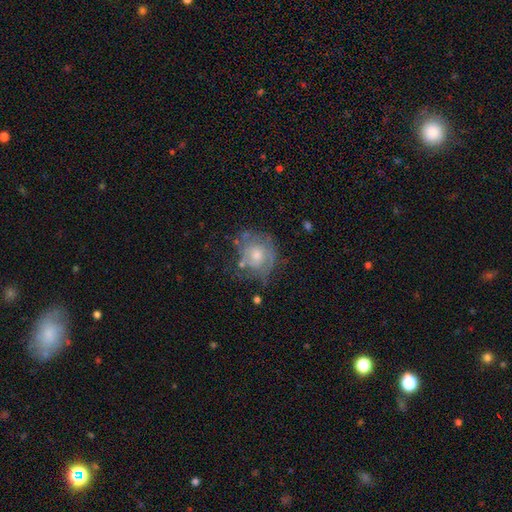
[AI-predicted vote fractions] This appears to be a featured or disk galaxy (58%) with no bar (81%), spiral arms (62%) and a moderate central bulge (58%). Merging: none (55%).